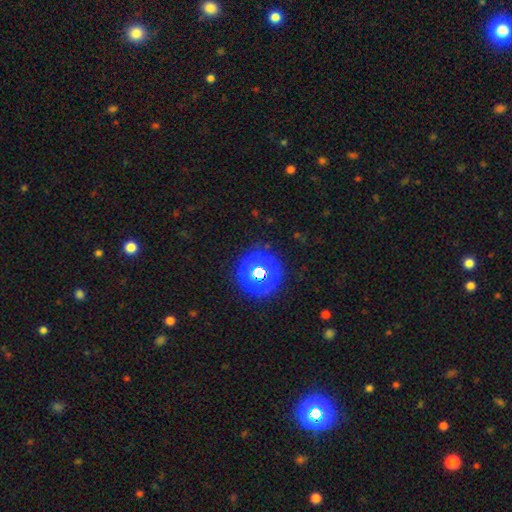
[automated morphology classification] Smooth or featured? Predicted: smooth (p=0.54). How rounded? Predicted: round (p=0.93). Merging? Predicted: none (p=0.92).